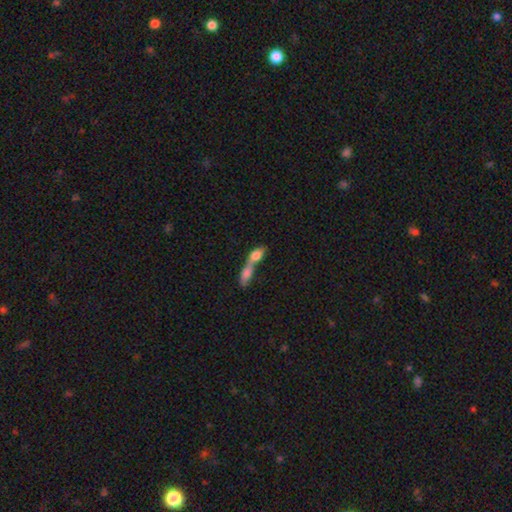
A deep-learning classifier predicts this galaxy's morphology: type=smooth (73%); roundness=in between (72%); merging=merger (81%).